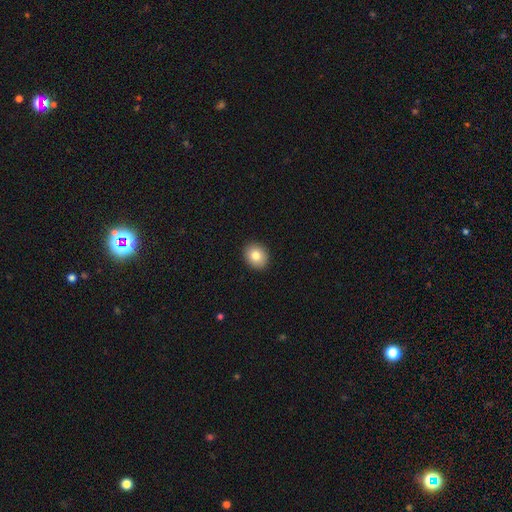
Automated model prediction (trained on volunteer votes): Morphology: type=smooth (82%); roundness=round (63%); merging=none (92%).